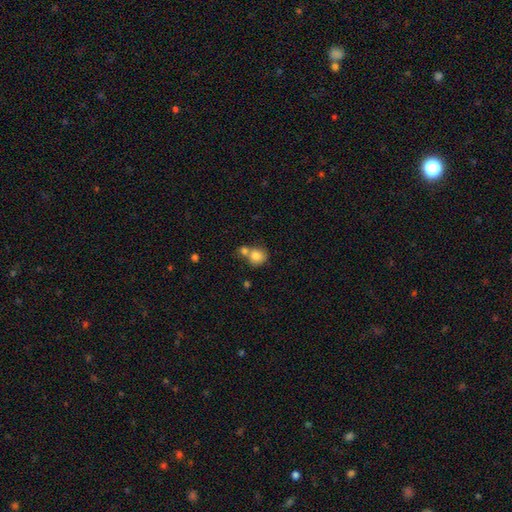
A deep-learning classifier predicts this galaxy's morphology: Smooth or featured: smooth — 81% (featured or disk — 10%)
How rounded: round — 77% (in between — 22%)
Merging: merger — 45% (none — 41%)